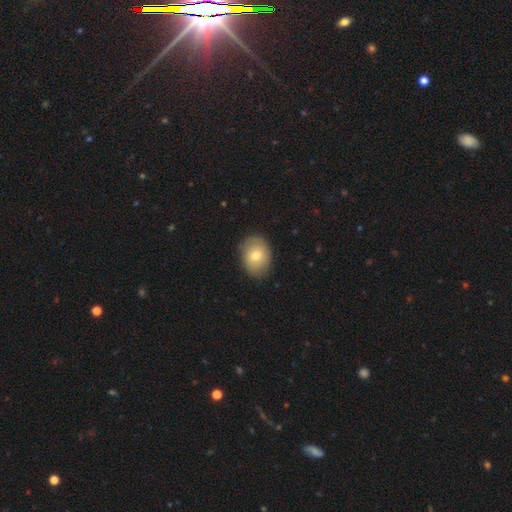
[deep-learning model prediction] A smooth galaxy with no disk features (74%) that is in between round and cigar-shaped (66%). Merging: none (85%).